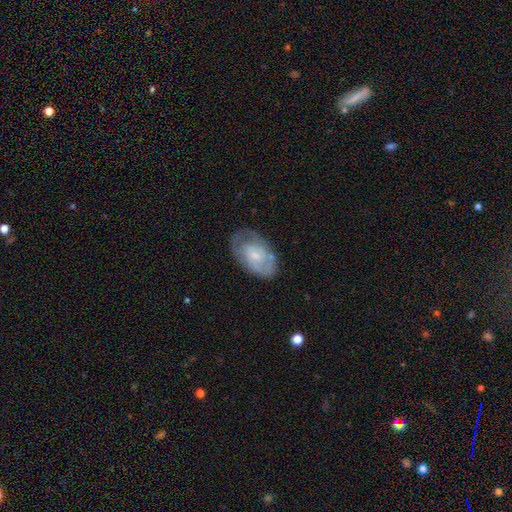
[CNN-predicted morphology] Q: Smooth or featured?
A: featured or disk (55%); runner-up: smooth (39%)
Q: Edge-on disk?
A: no (95%); runner-up: yes (5%)
Q: Bar?
A: no (67%); runner-up: weak (28%)
Q: Spiral arms?
A: yes (58%); runner-up: no (42%)
Q: Bulge size?
A: small (59%); runner-up: moderate (31%)
Q: Merging?
A: none (66%); runner-up: minor disturbance (23%)